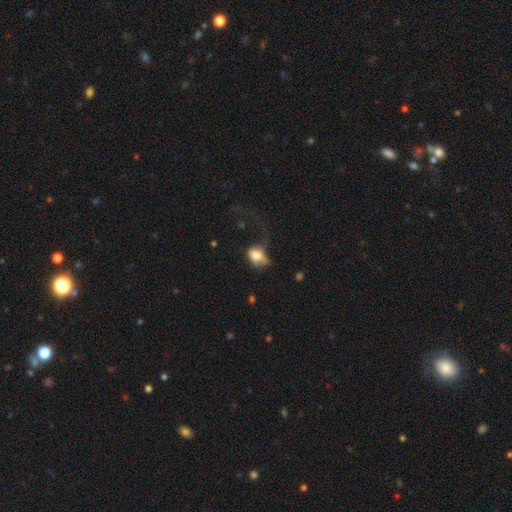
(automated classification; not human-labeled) smooth-or-featured: smooth: 72% | featured or disk: 19% | star or artifact: 9%
  how-rounded: in between: 65% | round: 33% | cigar-shaped: 2%
  merging: major disturbance: 48% | minor disturbance: 25% | none: 22% | merger: 5%